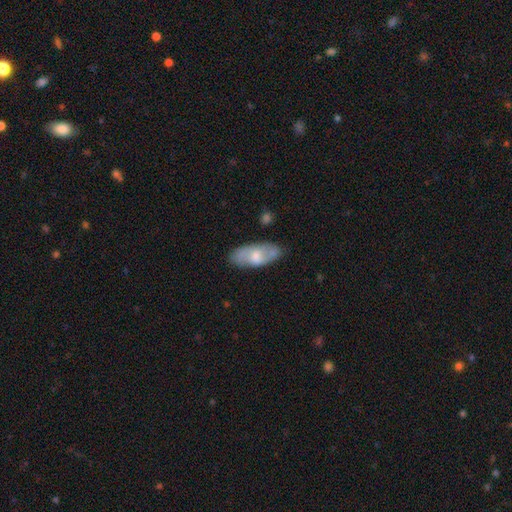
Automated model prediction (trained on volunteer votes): A smooth galaxy with no disk features (53%) that is in between round and cigar-shaped (85%). Merging: none (77%).